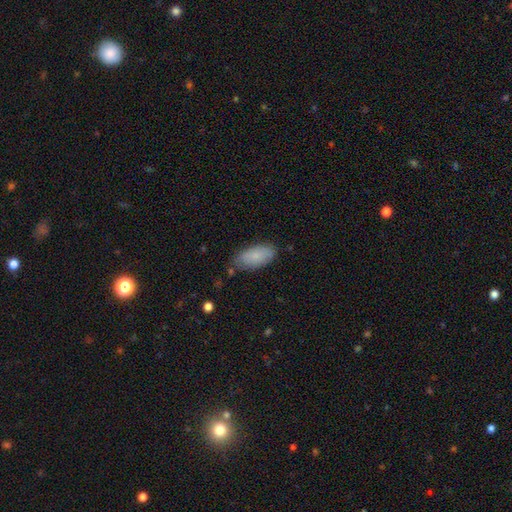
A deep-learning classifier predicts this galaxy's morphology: smooth 83%, featured or disk 11%, star or artifact 6%. Down the decision tree: how rounded — in between (90%); merging — none (74%).